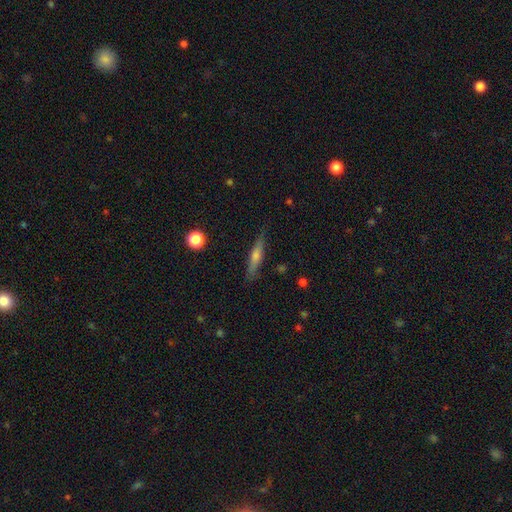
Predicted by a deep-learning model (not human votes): Smooth or featured? featured or disk (53%)
Edge-on disk? yes (94%)
Merging? none (86%)